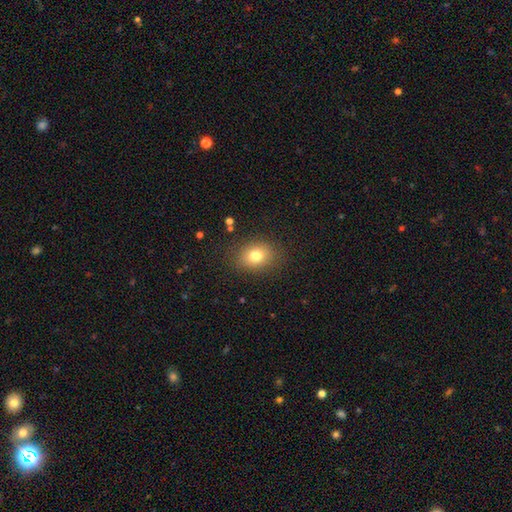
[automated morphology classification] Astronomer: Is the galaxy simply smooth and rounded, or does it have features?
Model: smooth — 77%.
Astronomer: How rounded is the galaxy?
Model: in between — 55% (runner-up: round, 44%).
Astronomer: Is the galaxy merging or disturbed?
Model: none — 85%.